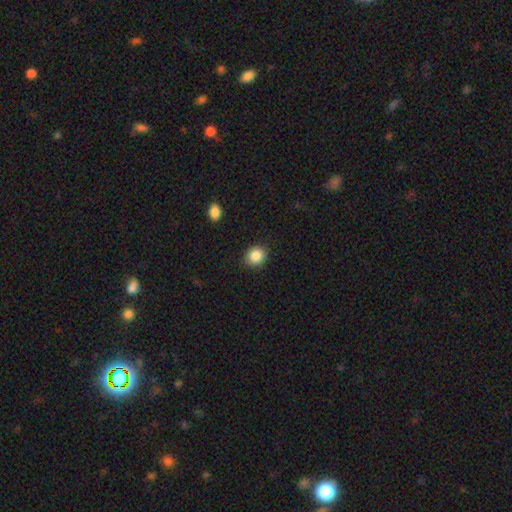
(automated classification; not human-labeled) This appears to be a smooth galaxy with no disk features (87%) that is round (76%). Merging: none (88%).